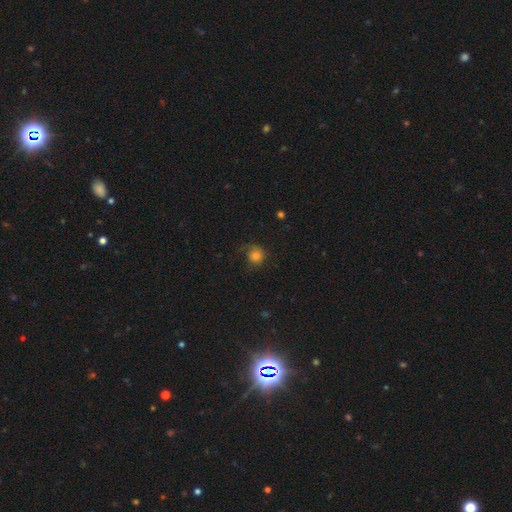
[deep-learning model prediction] Smooth or featured? Predicted: smooth (p=0.77). How rounded? Predicted: round (p=0.87). Merging? Predicted: none (p=0.59).